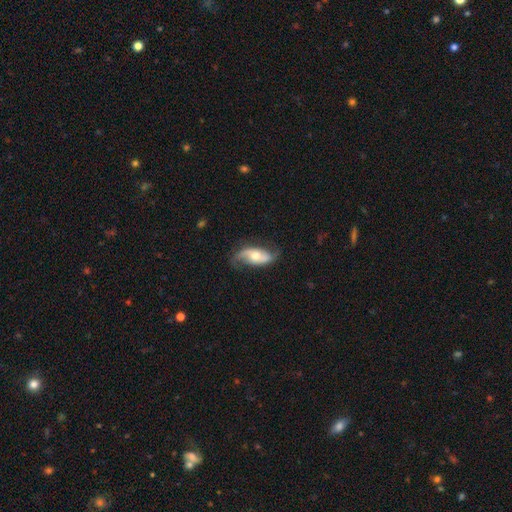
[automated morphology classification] The model was most divided on "bar": no: 59%, weak: 28%, strong: 13%. More confident: edge-on disk — no (92%); spiral arms — yes (90%); spiral arm count — 2 (86%); smooth or featured — featured or disk (73%); bulge size — moderate (67%); merging — none (67%); spiral winding — loose (63%).